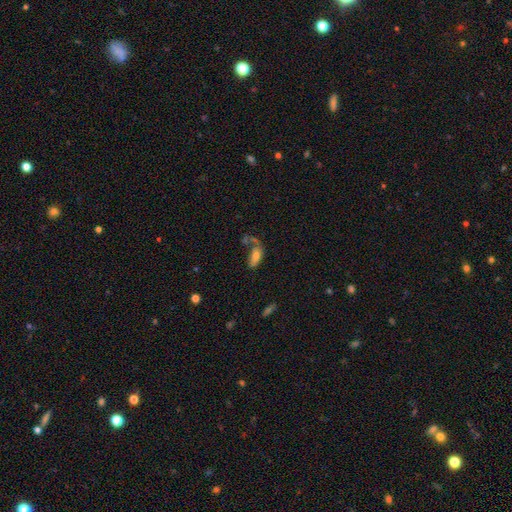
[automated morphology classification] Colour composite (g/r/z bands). It shows a smooth galaxy with no disk features (65%) that is in between round and cigar-shaped (84%). Merging: none (33%).